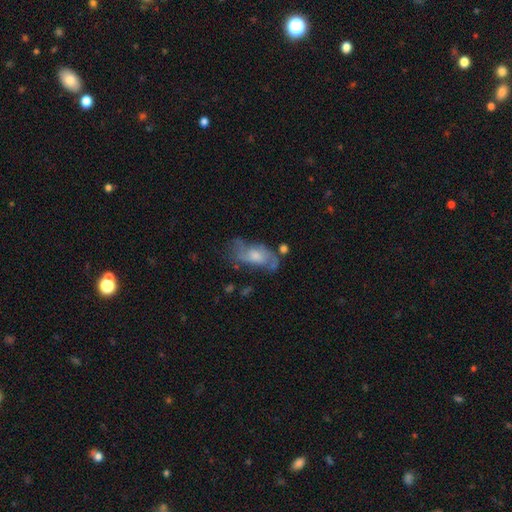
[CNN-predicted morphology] featured or disk 60%, smooth 33%, star or artifact 8%. Down the decision tree: edge-on disk — no (90%); bar — no (69%); spiral arms — yes (73%); bulge size — moderate (49%); merging — none (48%).